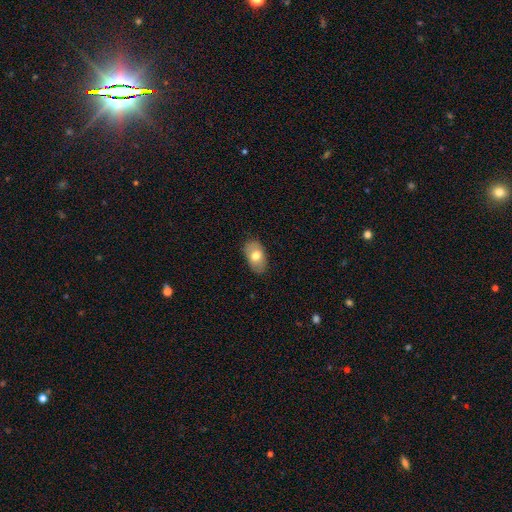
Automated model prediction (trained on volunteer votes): smooth_or_featured: smooth (p=0.72) [alt: featured or disk p=0.22]
how_rounded: in between (p=0.91) [alt: round p=0.08]
merging: none (p=0.82) [alt: minor disturbance p=0.14]